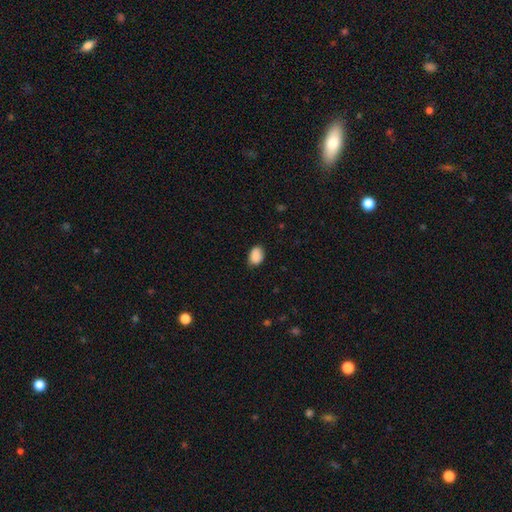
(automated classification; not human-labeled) Smooth or featured?
  - smooth: 88% *
  - star or artifact: 8%
  - featured or disk: 4%
How rounded?
  - in between: 78% *
  - round: 21%
  - cigar-shaped: 1%
Merging?
  - none: 79% *
  - minor disturbance: 17%
  - major disturbance: 3%
  - merger: 1%